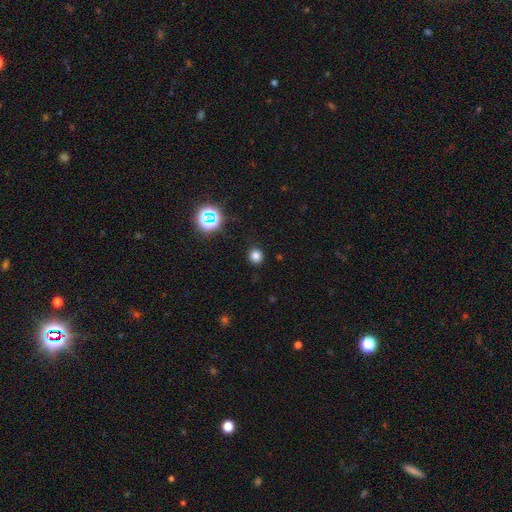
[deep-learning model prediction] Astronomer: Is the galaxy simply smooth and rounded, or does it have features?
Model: smooth — 78%.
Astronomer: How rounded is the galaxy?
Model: round — 88%.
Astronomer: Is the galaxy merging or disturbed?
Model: none — 90%.